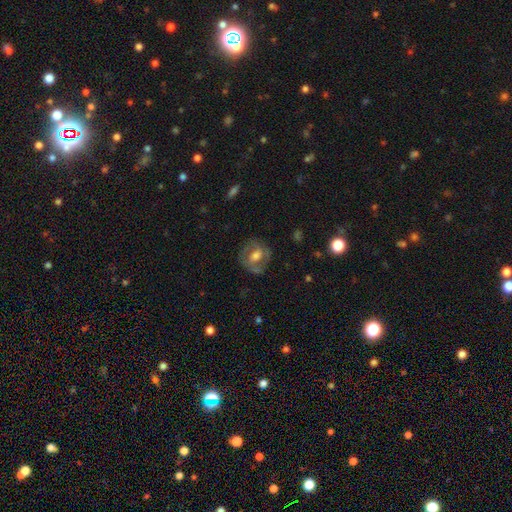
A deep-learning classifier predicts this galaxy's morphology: smooth_or_featured: featured or disk (p=0.53) [alt: smooth p=0.40]
disk_edge_on: no (p=0.95) [alt: yes p=0.05]
merging: none (p=0.72) [alt: minor disturbance p=0.17]